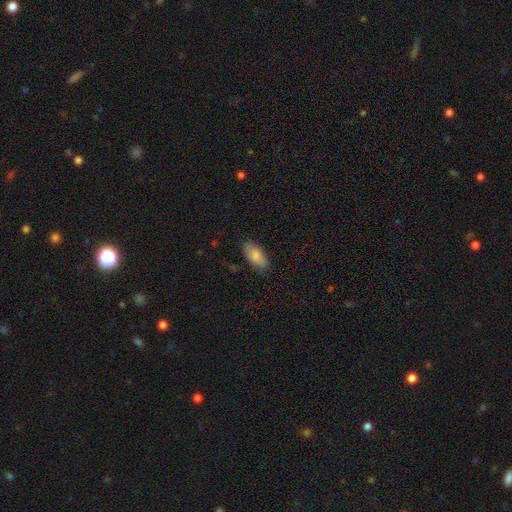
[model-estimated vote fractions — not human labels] This appears to be a smooth galaxy with no disk features (84%) that is in between round and cigar-shaped (90%). Merging: none (81%).